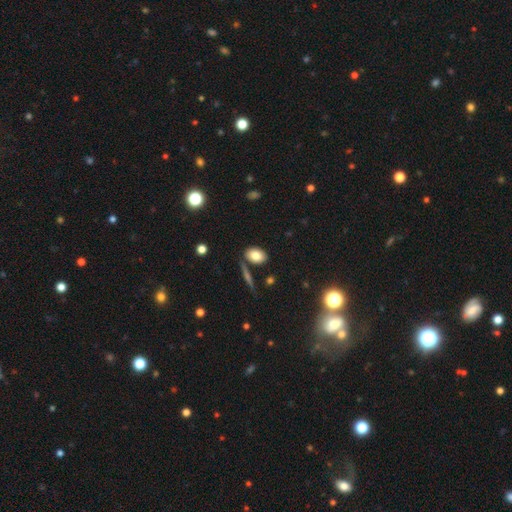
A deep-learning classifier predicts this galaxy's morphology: smooth_or_featured: smooth (p=0.80) [alt: featured or disk p=0.12]
how_rounded: in between (p=0.85) [alt: round p=0.13]
merging: none (p=0.77) [alt: minor disturbance p=0.12]